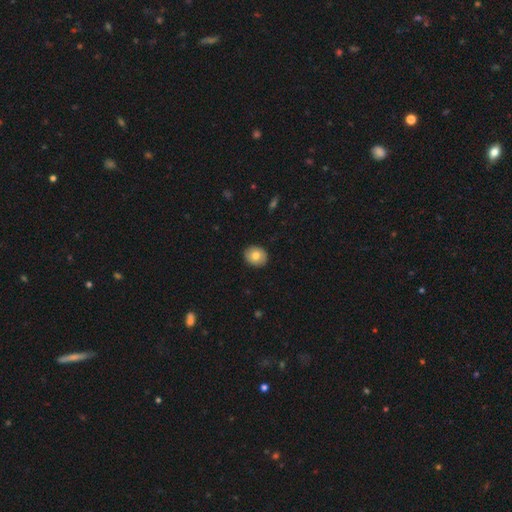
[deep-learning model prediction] Smooth or featured? smooth (78%)
How rounded? round (66%)
Merging? none (90%)